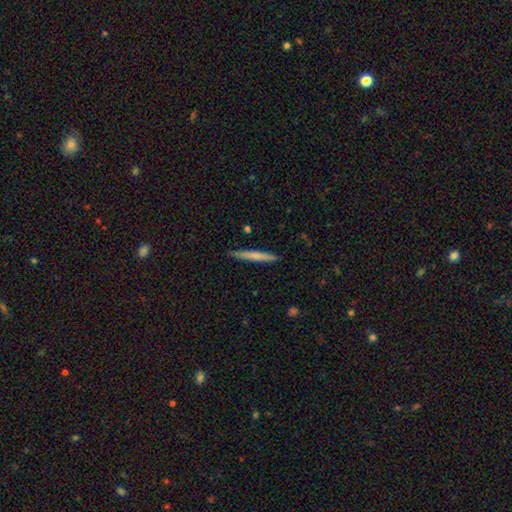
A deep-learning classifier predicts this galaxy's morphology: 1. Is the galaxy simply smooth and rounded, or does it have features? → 66% smooth, 28% featured or disk, 6% star or artifact.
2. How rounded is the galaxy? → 96% cigar-shaped, 2% in between, 1% round.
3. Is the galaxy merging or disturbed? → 89% none, 9% minor disturbance, 1% major disturbance, 1% merger.